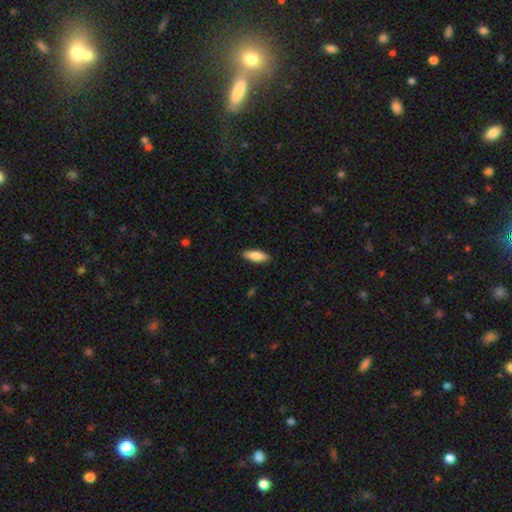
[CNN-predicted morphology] smooth_or_featured: smooth (p=0.81) [alt: featured or disk p=0.14]
how_rounded: in between (p=0.63) [alt: cigar-shaped p=0.35]
merging: none (p=0.89) [alt: minor disturbance p=0.08]